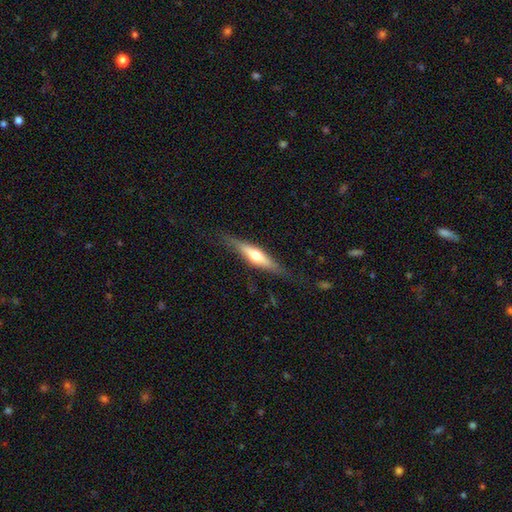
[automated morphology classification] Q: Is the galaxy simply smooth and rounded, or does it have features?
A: featured or disk — 59%.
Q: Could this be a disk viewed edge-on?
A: yes — 94%.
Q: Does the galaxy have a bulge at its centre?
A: rounded — 90%.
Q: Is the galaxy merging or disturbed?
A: none — 82%.